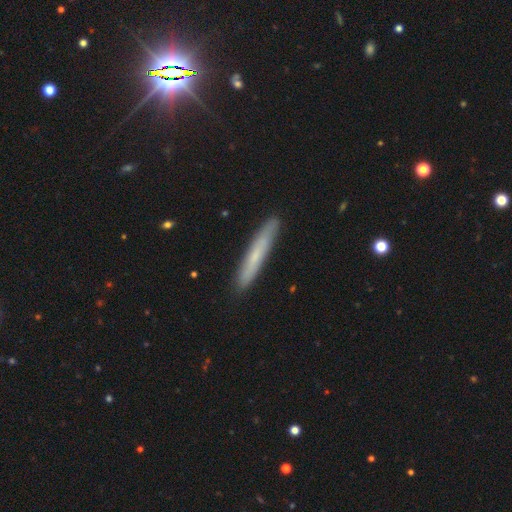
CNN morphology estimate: Smooth or featured?
  - smooth: 56% *
  - featured or disk: 37%
  - star or artifact: 7%
How rounded?
  - cigar-shaped: 95% *
  - in between: 4%
  - round: 1%
Merging?
  - none: 89% *
  - minor disturbance: 8%
  - major disturbance: 1%
  - merger: 1%